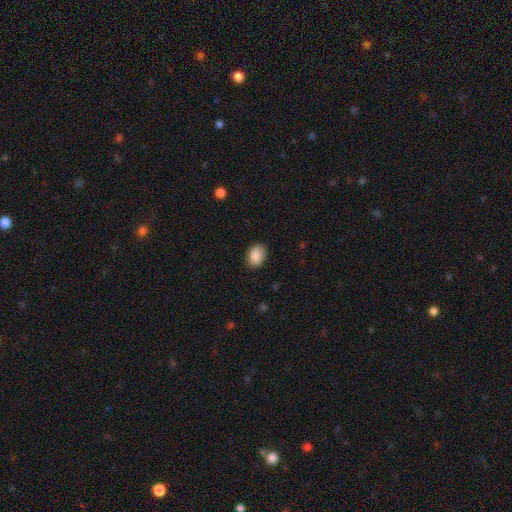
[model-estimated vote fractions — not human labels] This appears to be a smooth galaxy with no disk features (88%) that is in between round and cigar-shaped (81%). Merging: none (82%).